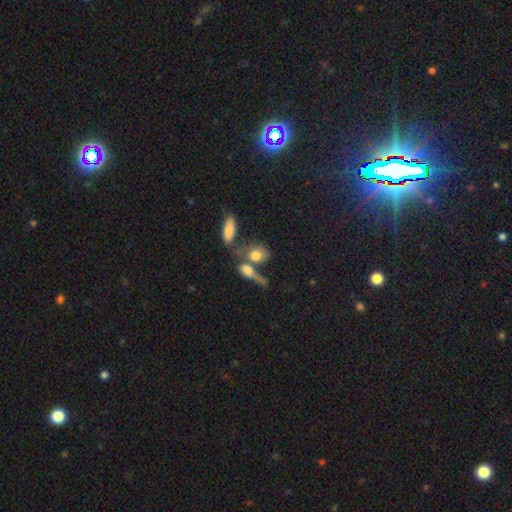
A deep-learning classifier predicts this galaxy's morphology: Smooth or featured? smooth (72%)
How rounded? in between (59%)
Merging? merger (45%)